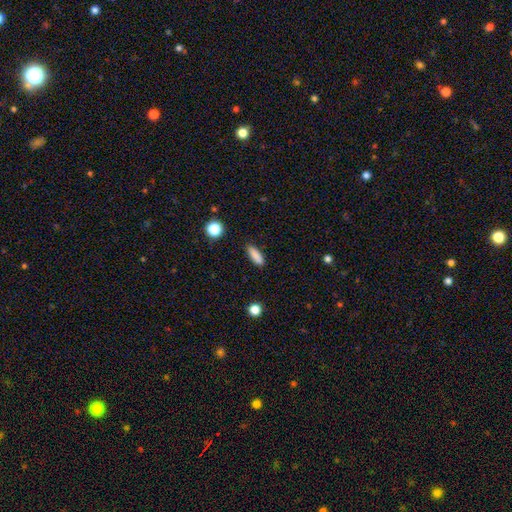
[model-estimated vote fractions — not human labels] A smooth galaxy with no disk features (87%) that is in between round and cigar-shaped (50%).

Vote fractions:
- Smooth or featured? smooth: 87% / star or artifact: 8% / featured or disk: 5%
- How rounded? in between: 50% / cigar-shaped: 47% / round: 3%
- Merging? none: 88% / minor disturbance: 9% / major disturbance: 2% / merger: 1%